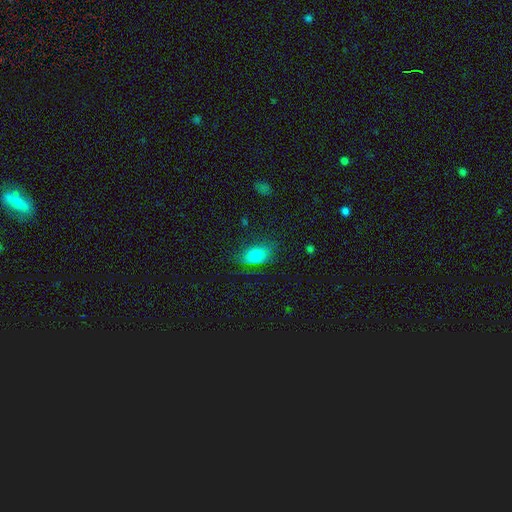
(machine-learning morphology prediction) The model was most divided on "merging": none: 71%, minor disturbance: 20%, major disturbance: 7%, merger: 2%. More confident: how rounded — in between (88%); smooth or featured — smooth (80%).